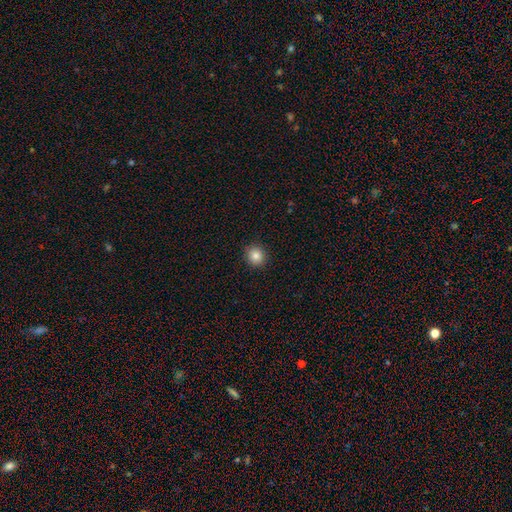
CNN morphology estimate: Smooth or featured? Predicted: smooth (p=0.84). How rounded? Predicted: round (p=0.86). Merging? Predicted: none (p=0.91).